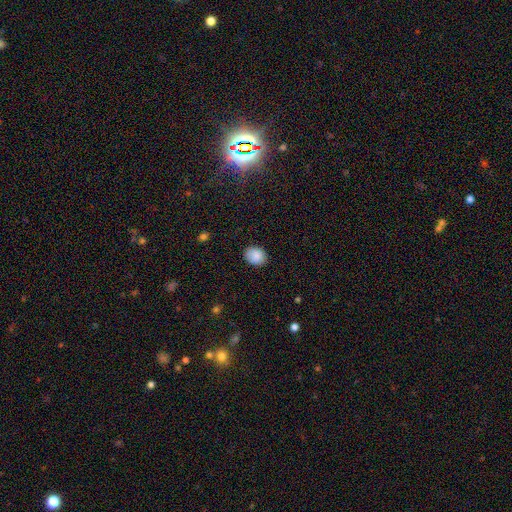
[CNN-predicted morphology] A smooth galaxy with no disk features (89%) that is in between round and cigar-shaped (50%). Merging: none (86%).